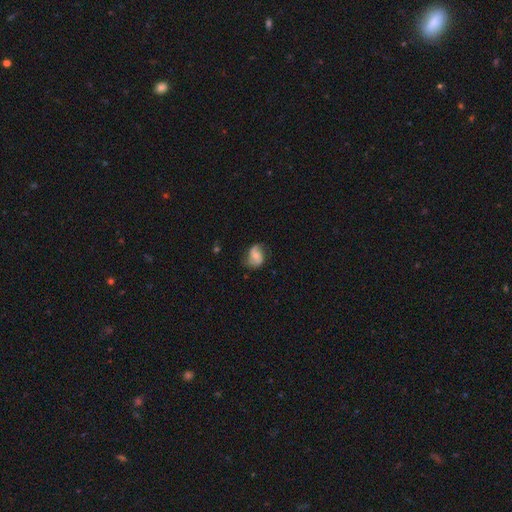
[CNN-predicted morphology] Smooth or featured: featured or disk — 59% (smooth — 34%)
Edge-on disk: no — 97% (yes — 3%)
Bar: no — 58% (weak — 33%)
Spiral arms: yes — 89% (no — 11%)
Spiral winding: medium — 41% (loose — 39%)
Spiral arm count: 2 — 83% (can't tell — 8%)
Bulge size: moderate — 44% (small — 43%)
Merging: none — 64% (minor disturbance — 25%)